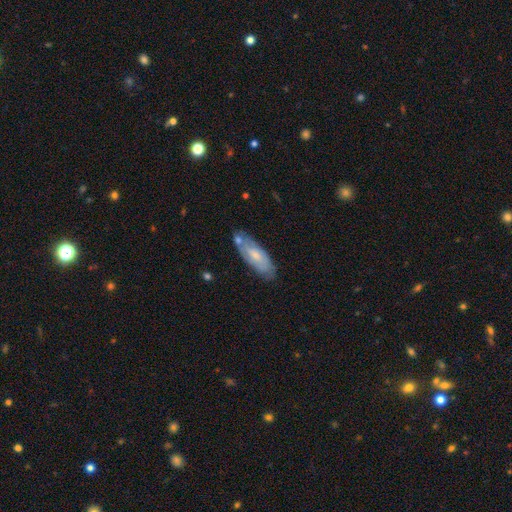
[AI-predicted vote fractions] The model was most divided on "smooth or featured": smooth: 54%, featured or disk: 40%, star or artifact: 6%. More confident: merging — none (65%); how rounded — in between (64%).